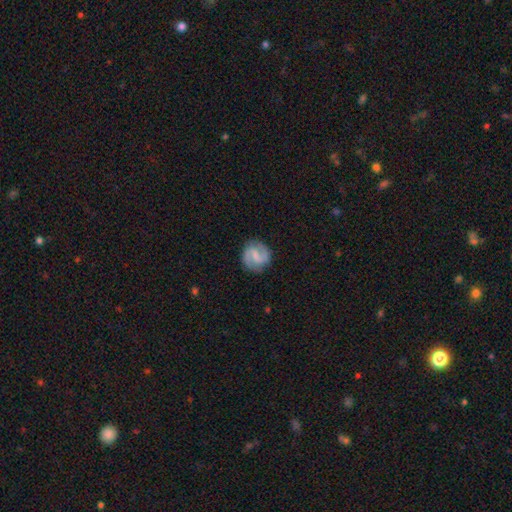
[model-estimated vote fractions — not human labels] Morphology: type=featured or disk (79%); edge-on=no (98%); bar=weak (52%); spiral arms=yes (95%); winding=medium (52%); arm count=2 (92%); bulge=small (41%); merging=none (85%).